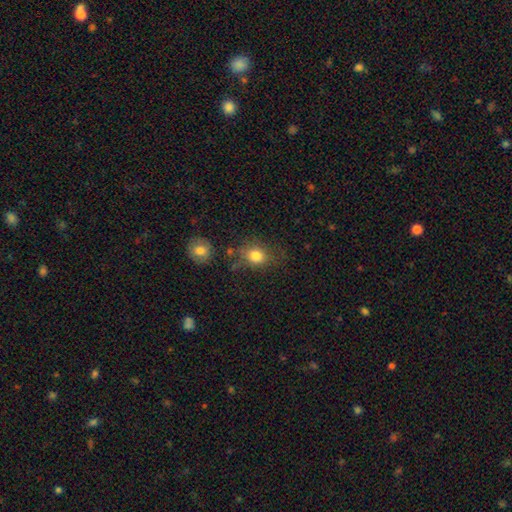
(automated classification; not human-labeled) This appears to be a smooth galaxy with no disk features (80%) that is round (66%). Merging: none (67%).